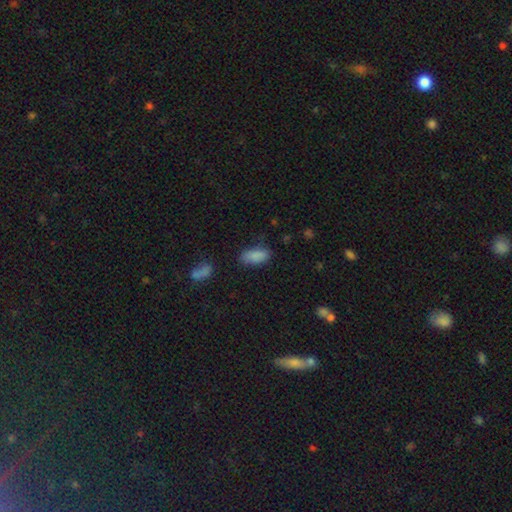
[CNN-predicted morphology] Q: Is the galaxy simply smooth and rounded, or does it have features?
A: smooth — 86%.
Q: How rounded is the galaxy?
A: in between — 87%.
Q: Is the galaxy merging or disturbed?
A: none — 71%.